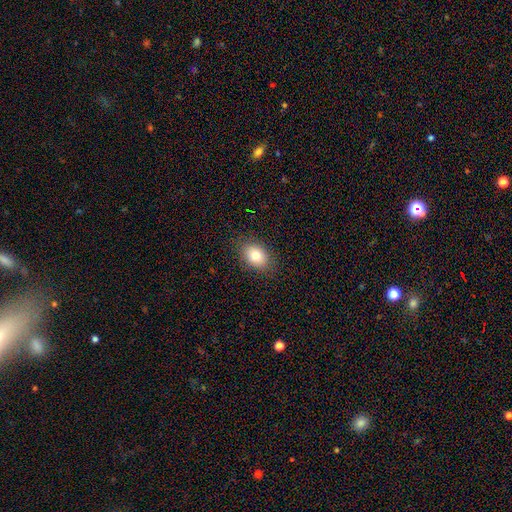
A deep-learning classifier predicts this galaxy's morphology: This appears to be a smooth galaxy with no disk features (80%) that is in between round and cigar-shaped (75%). Merging: none (86%).